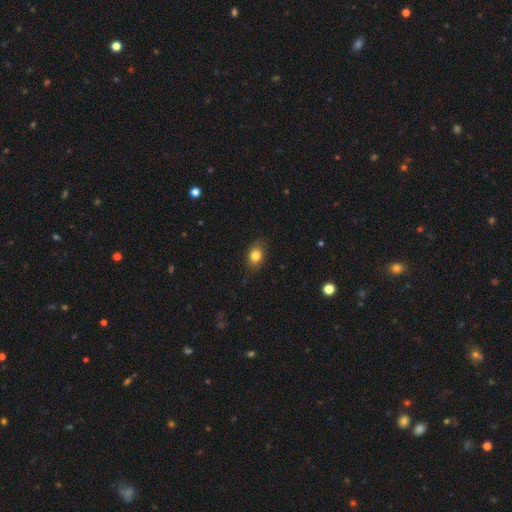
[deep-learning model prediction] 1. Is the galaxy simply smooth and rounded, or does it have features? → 81% smooth, 10% featured or disk, 10% star or artifact.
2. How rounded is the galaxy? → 72% in between, 26% round, 2% cigar-shaped.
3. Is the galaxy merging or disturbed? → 80% none, 15% minor disturbance, 3% major disturbance, 1% merger.